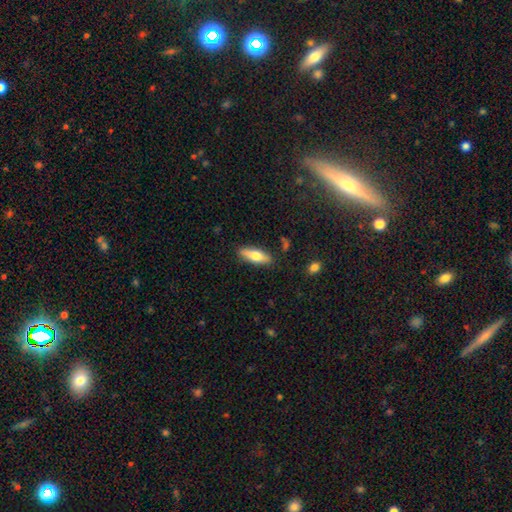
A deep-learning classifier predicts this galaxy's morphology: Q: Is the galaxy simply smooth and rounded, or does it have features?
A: smooth — 65%.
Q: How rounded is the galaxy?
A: in between — 57%.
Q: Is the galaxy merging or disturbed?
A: none — 85%.